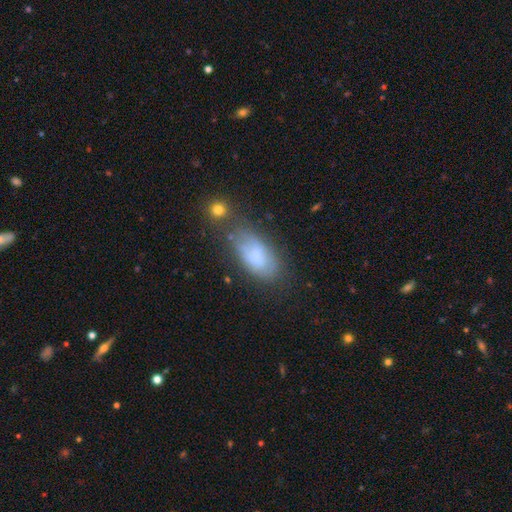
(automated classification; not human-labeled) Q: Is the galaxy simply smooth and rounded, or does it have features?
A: smooth — 68%.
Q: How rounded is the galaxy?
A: in between — 90%.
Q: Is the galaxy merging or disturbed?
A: none — 50%.